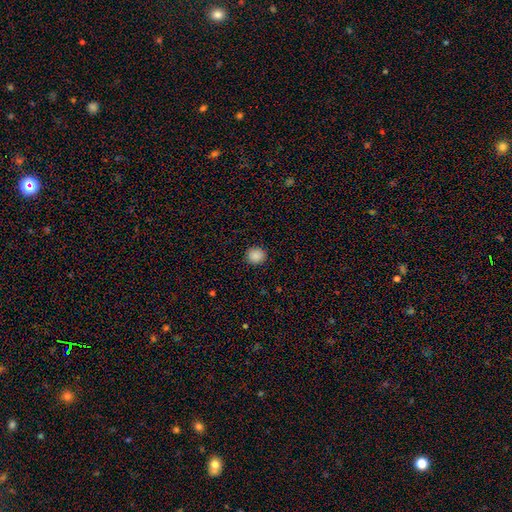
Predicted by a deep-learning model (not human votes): smooth_or_featured: smooth (p=0.88) [alt: star or artifact p=0.09]
how_rounded: round (p=0.82) [alt: in between p=0.17]
merging: none (p=0.91) [alt: minor disturbance p=0.06]